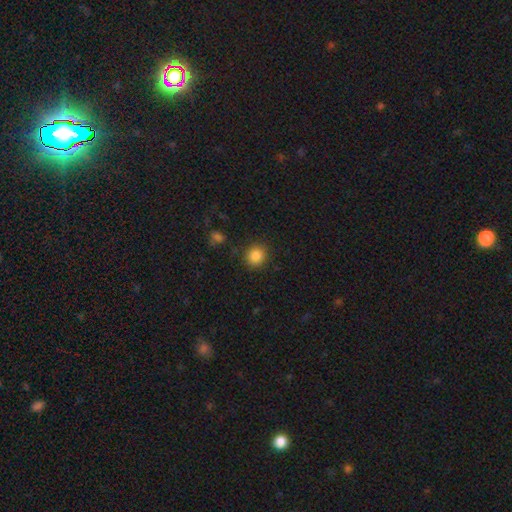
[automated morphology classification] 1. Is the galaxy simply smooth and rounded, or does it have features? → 86% smooth, 10% star or artifact, 4% featured or disk.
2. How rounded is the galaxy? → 83% round, 16% in between, 1% cigar-shaped.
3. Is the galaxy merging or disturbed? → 88% none, 8% minor disturbance, 3% major disturbance, 2% merger.